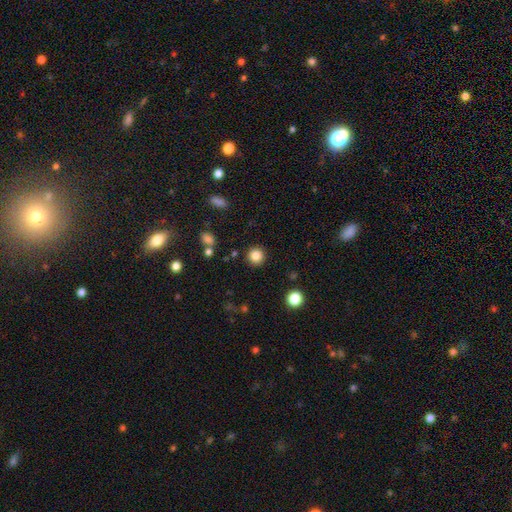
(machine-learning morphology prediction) Q: Smooth or featured?
A: smooth (84%); runner-up: star or artifact (11%)
Q: How rounded?
A: round (94%); runner-up: in between (5%)
Q: Merging?
A: none (90%); runner-up: minor disturbance (6%)